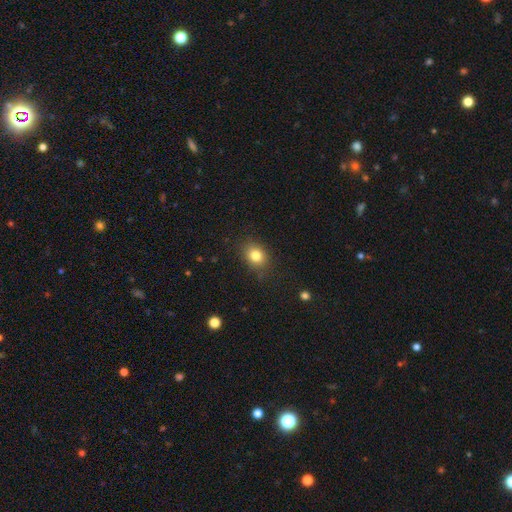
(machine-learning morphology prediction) Smooth or featured: smooth — 82% (star or artifact — 11%)
How rounded: round — 51% (in between — 48%)
Merging: none — 82% (minor disturbance — 14%)